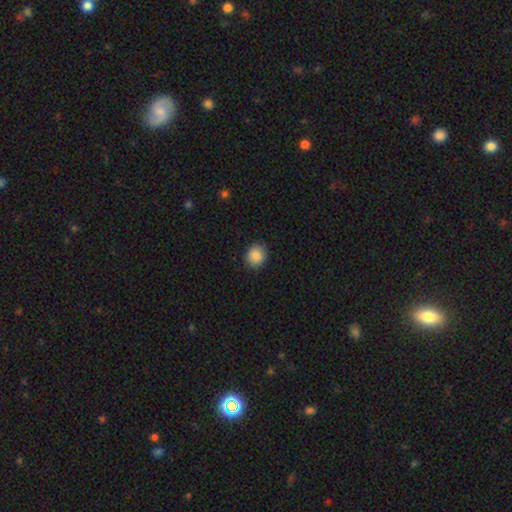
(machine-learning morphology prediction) smooth-or-featured: smooth: 88% | star or artifact: 8% | featured or disk: 4%
  how-rounded: round: 71% | in between: 28% | cigar-shaped: 1%
  merging: none: 88% | minor disturbance: 9% | major disturbance: 2% | merger: 1%